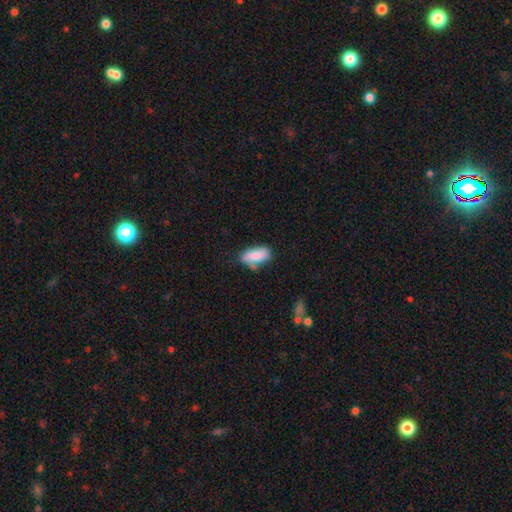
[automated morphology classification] This appears to be a smooth galaxy with no disk features (77%) that is in between round and cigar-shaped (88%). Merging: none (59%).